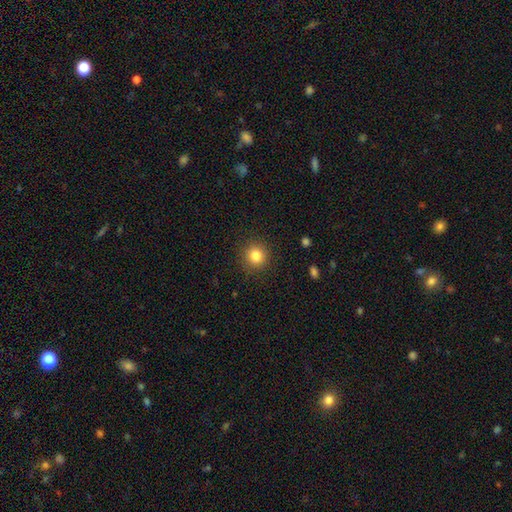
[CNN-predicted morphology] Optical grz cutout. It shows a smooth galaxy with no disk features (82%) that is round (93%). Merging: none (90%).